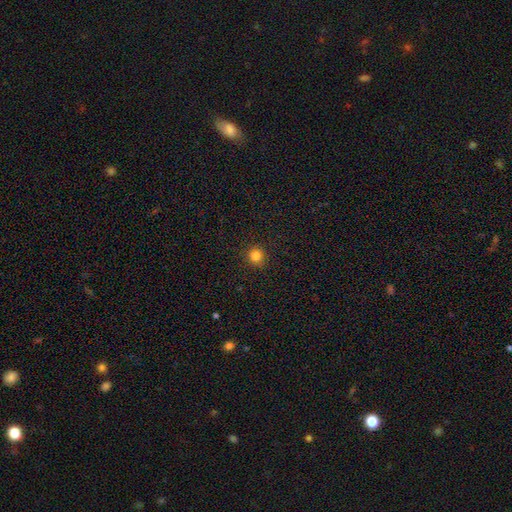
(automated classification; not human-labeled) Smooth or featured?
  - smooth: 83% *
  - star or artifact: 13%
  - featured or disk: 5%
How rounded?
  - round: 93% *
  - in between: 6%
  - cigar-shaped: 1%
Merging?
  - none: 91% *
  - minor disturbance: 6%
  - major disturbance: 2%
  - merger: 1%